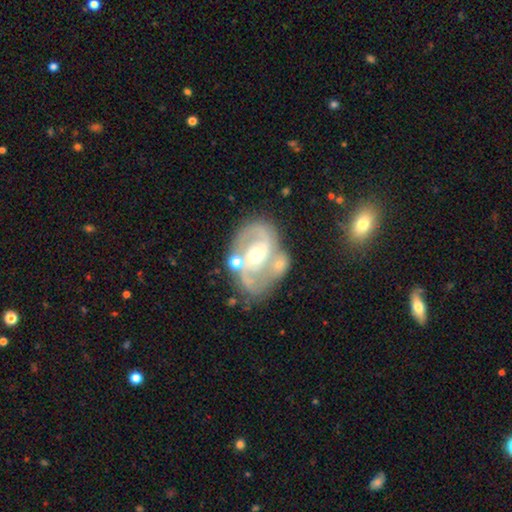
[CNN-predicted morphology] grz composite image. It shows a featured or disk galaxy (85%) with no bar (42%), 2 (80%) medium (49%) spiral arms (90%) and a moderate central bulge (67%). Merging: none (57%).